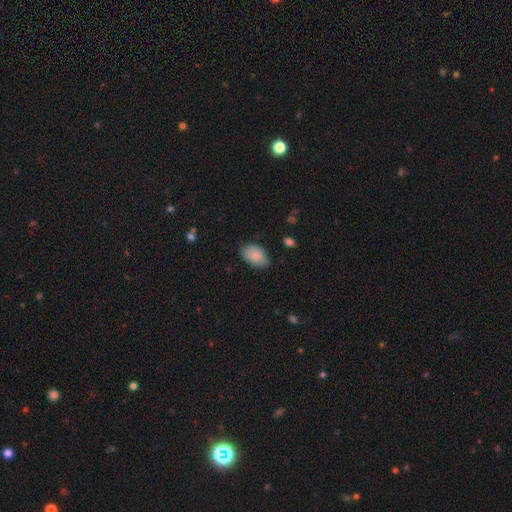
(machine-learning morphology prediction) Smooth or featured? Predicted: smooth (p=0.86). How rounded? Predicted: in between (p=0.92). Merging? Predicted: none (p=0.76).